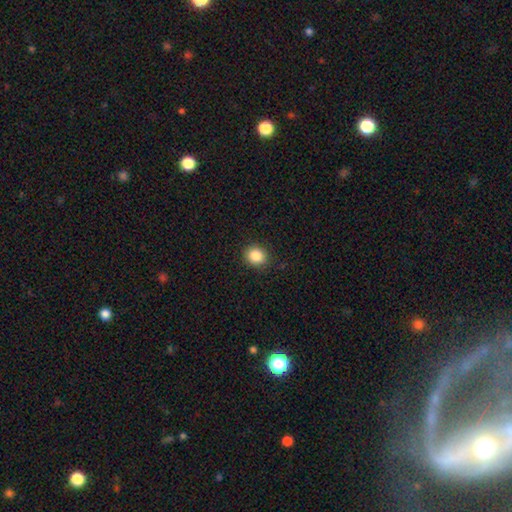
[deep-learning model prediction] Smooth or featured?
  - smooth: 86% *
  - star or artifact: 10%
  - featured or disk: 4%
How rounded?
  - round: 79% *
  - in between: 20%
  - cigar-shaped: 1%
Merging?
  - none: 89% *
  - minor disturbance: 8%
  - major disturbance: 2%
  - merger: 1%